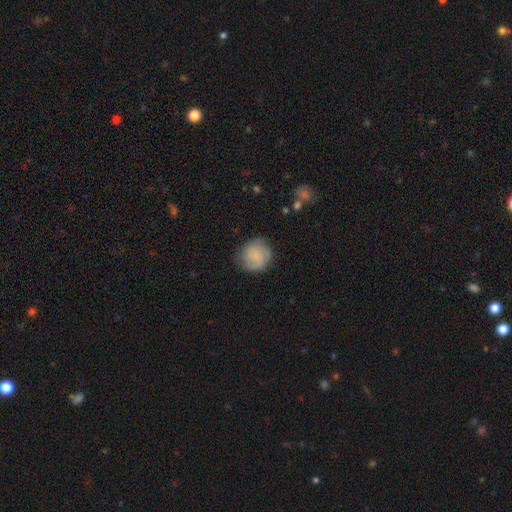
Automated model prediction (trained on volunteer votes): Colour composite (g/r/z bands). It shows a smooth galaxy with no disk features (66%) that is round (85%). Merging: none (74%).